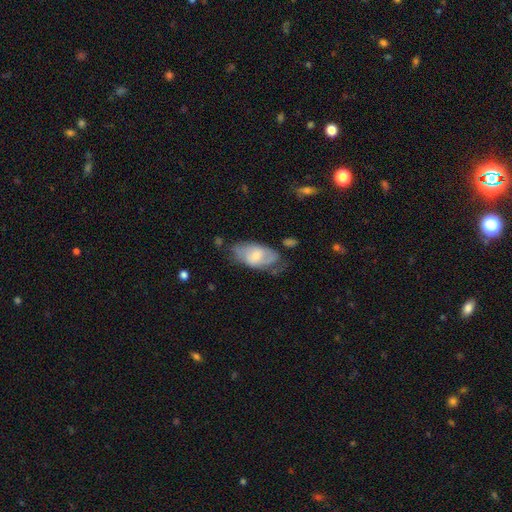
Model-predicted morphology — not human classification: featured or disk 49%, smooth 45%, star or artifact 6%. Down the decision tree: merging — none (51%).